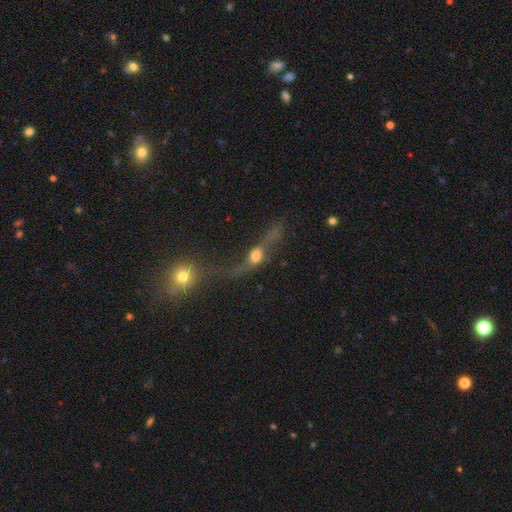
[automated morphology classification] type=featured or disk (50%); edge-on=no (52%); merging=none (33%).